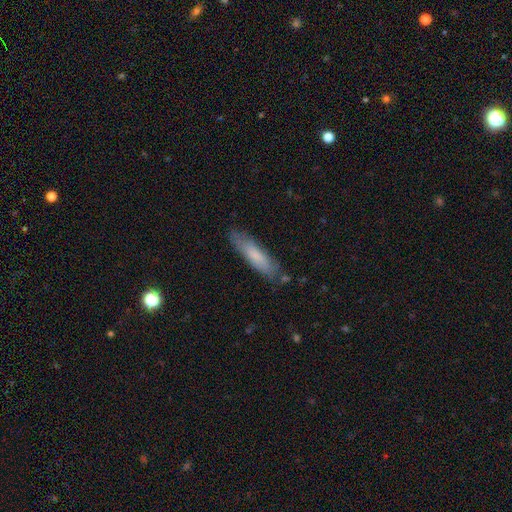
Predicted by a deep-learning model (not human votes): Q: Smooth or featured?
A: smooth (72%); runner-up: featured or disk (22%)
Q: How rounded?
A: cigar-shaped (75%); runner-up: in between (23%)
Q: Merging?
A: none (79%); runner-up: minor disturbance (16%)